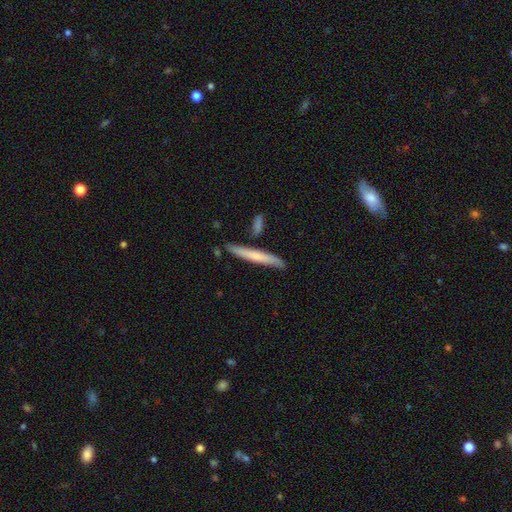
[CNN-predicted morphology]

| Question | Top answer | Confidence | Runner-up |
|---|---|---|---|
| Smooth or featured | smooth | 57% | featured or disk (37%) |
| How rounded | cigar-shaped | 95% | in between (3%) |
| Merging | none | 81% | minor disturbance (12%) |